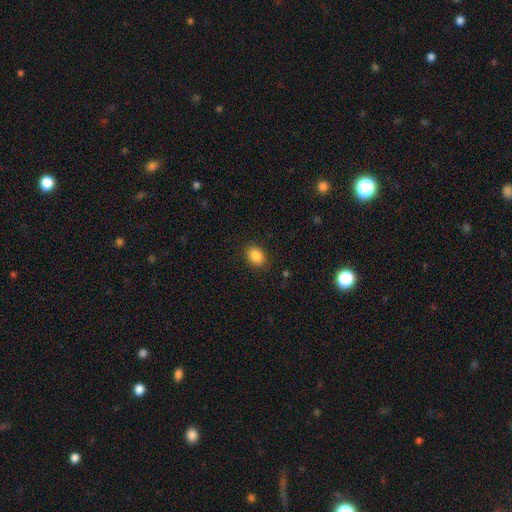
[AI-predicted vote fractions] A smooth galaxy with no disk features (87%) that is in between round and cigar-shaped (62%). Merging: none (87%).